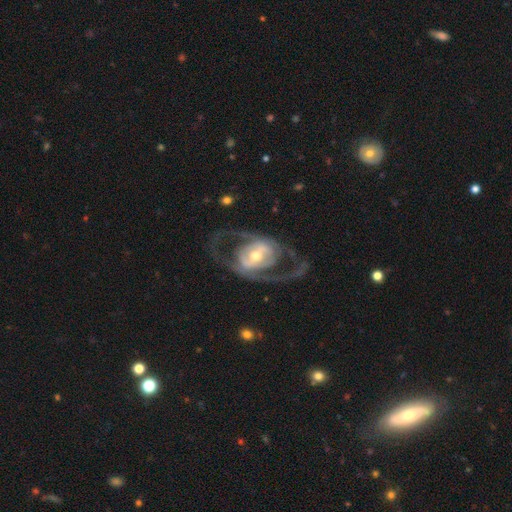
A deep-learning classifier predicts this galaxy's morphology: Q: Smooth or featured?
A: featured or disk (82%); runner-up: smooth (14%)
Q: Edge-on disk?
A: no (94%); runner-up: yes (6%)
Q: Bar?
A: no (40%); runner-up: weak (32%)
Q: Spiral arms?
A: yes (65%); runner-up: no (35%)
Q: Bulge size?
A: moderate (64%); runner-up: small (24%)
Q: Merging?
A: none (64%); runner-up: major disturbance (22%)